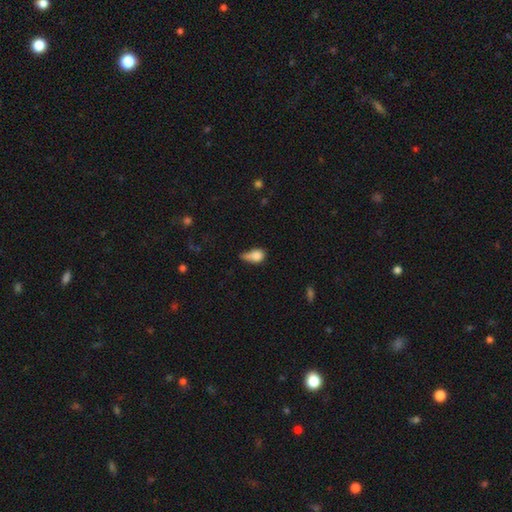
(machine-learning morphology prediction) Smooth or featured? Predicted: smooth (p=0.79). How rounded? Predicted: in between (p=0.65). Merging? Predicted: minor disturbance (p=0.39).